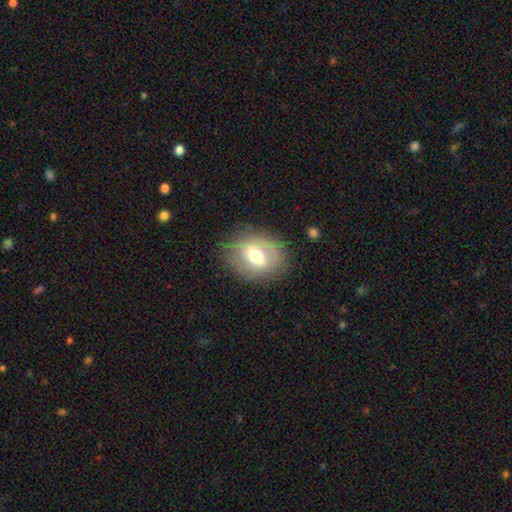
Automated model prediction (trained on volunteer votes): Smooth or featured? Predicted: smooth (p=0.50). Merging? Predicted: none (p=0.75).